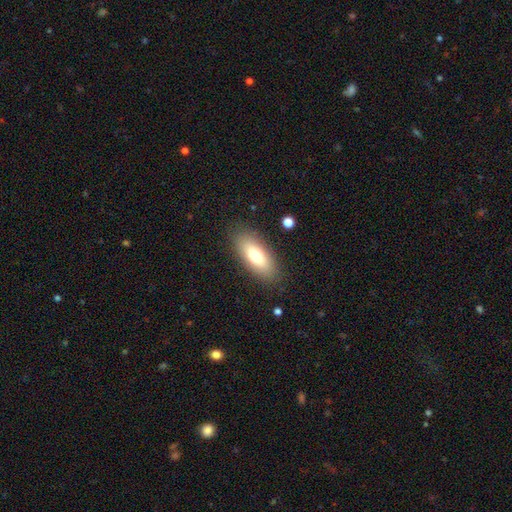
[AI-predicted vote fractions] smooth-or-featured: smooth: 74% | featured or disk: 18% | star or artifact: 7%
  how-rounded: in between: 79% | cigar-shaped: 18% | round: 2%
  merging: none: 85% | minor disturbance: 10% | major disturbance: 3% | merger: 1%